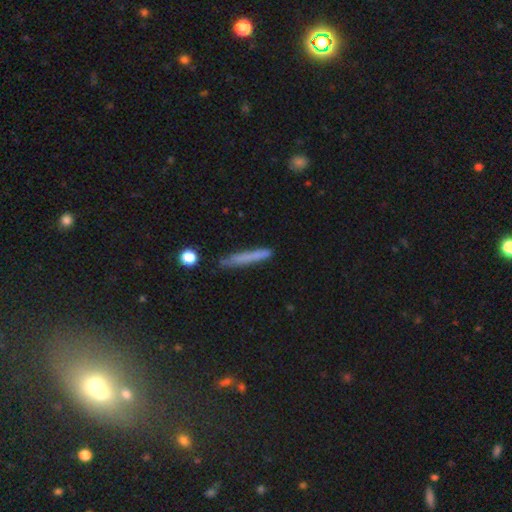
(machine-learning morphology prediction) Smooth or featured? Predicted: smooth (p=0.69). How rounded? Predicted: cigar-shaped (p=0.95). Merging? Predicted: none (p=0.81).